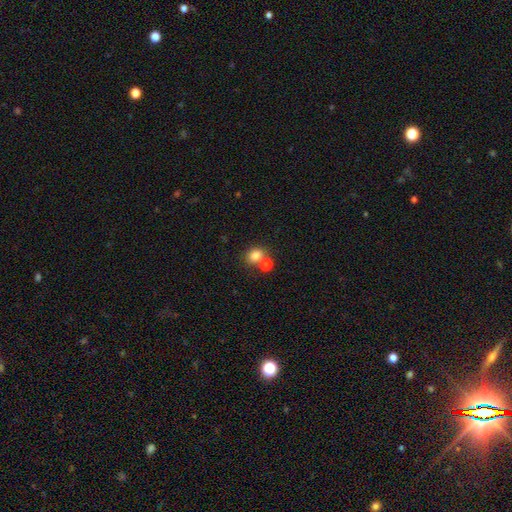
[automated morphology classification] Smooth or featured: smooth — 80% (star or artifact — 13%)
How rounded: round — 59% (in between — 40%)
Merging: none — 56% (merger — 32%)